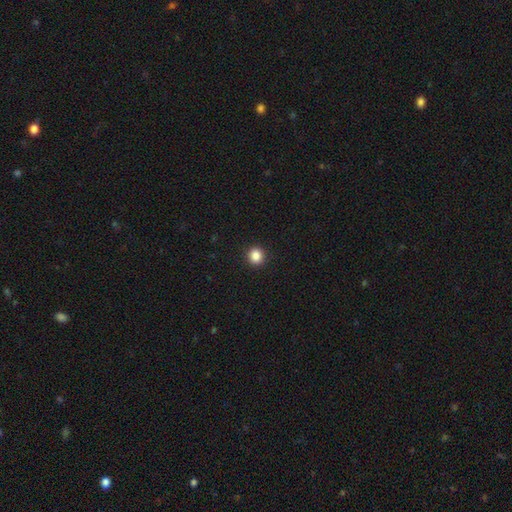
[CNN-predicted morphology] This appears to be a smooth galaxy with no disk features (86%) that is round (88%). Merging: none (93%).